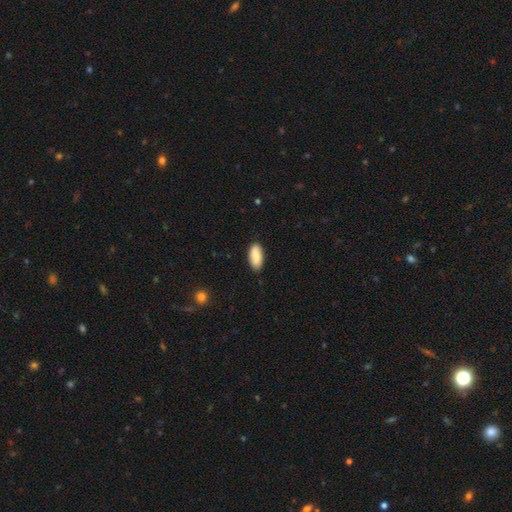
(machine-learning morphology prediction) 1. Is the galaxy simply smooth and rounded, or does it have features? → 87% smooth, 7% featured or disk, 6% star or artifact.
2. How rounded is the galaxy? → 86% in between, 12% cigar-shaped, 2% round.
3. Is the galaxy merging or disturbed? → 84% none, 12% minor disturbance, 2% major disturbance, 1% merger.